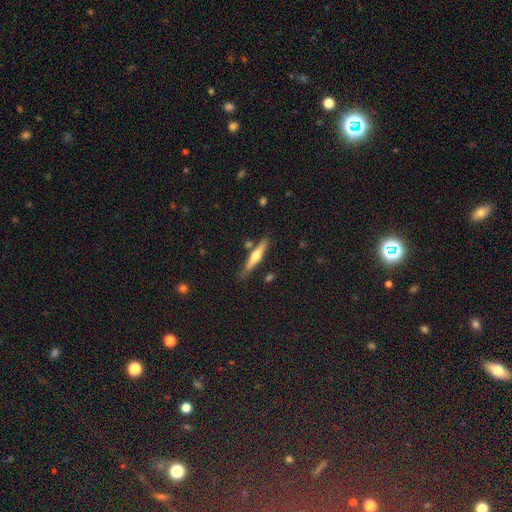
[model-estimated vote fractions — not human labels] A featured or disk galaxy (58%) viewed edge-on (96%) with a rounded central bulge (91%). Merging: none (80%).